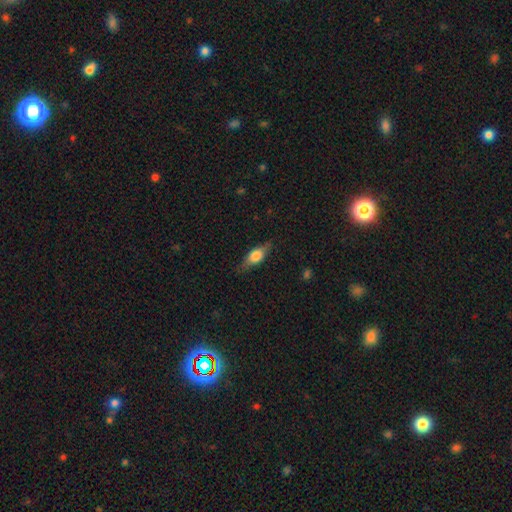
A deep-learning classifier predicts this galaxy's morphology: The model was most divided on "smooth or featured": smooth: 63%, featured or disk: 30%, star or artifact: 7%. More confident: merging — none (78%); how rounded — in between (72%).